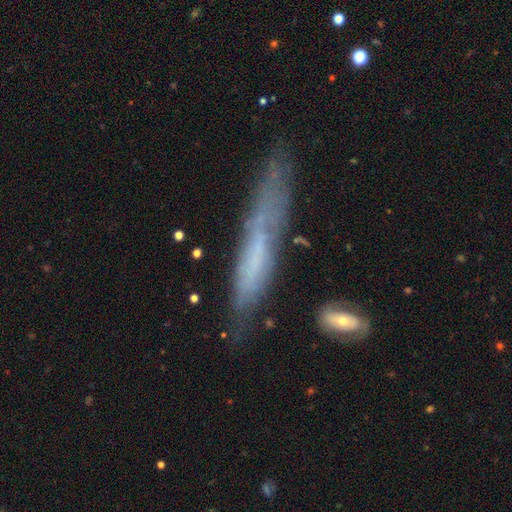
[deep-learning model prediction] Smooth or featured? smooth (45%, tied with featured or disk)
Merging? none (57%)